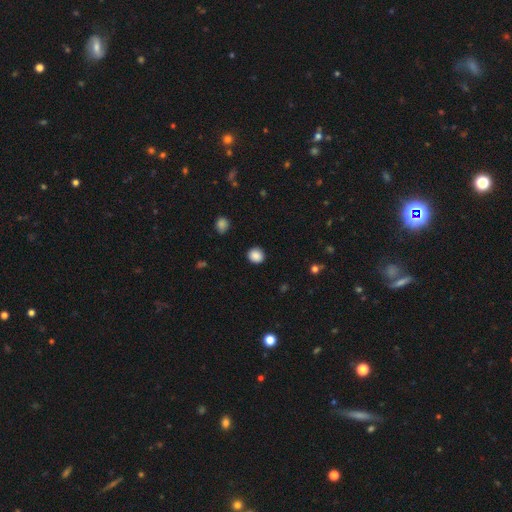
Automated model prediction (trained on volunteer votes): smooth_or_featured: smooth (p=0.88) [alt: star or artifact p=0.10]
how_rounded: round (p=0.86) [alt: in between p=0.13]
merging: none (p=0.91) [alt: minor disturbance p=0.06]